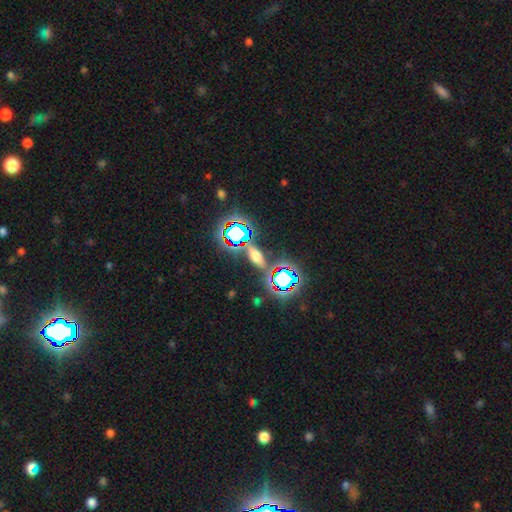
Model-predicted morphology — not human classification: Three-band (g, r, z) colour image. It shows a star or artifact, not a galaxy (42%).